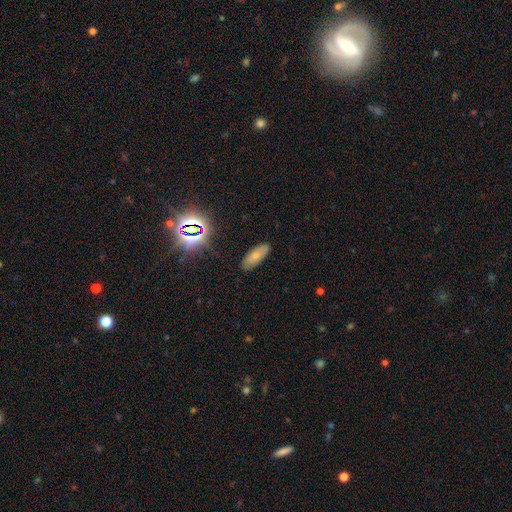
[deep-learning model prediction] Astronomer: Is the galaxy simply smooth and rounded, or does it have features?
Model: smooth — 69%.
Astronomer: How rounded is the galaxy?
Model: in between — 77%.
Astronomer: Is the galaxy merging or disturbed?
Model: none — 86%.